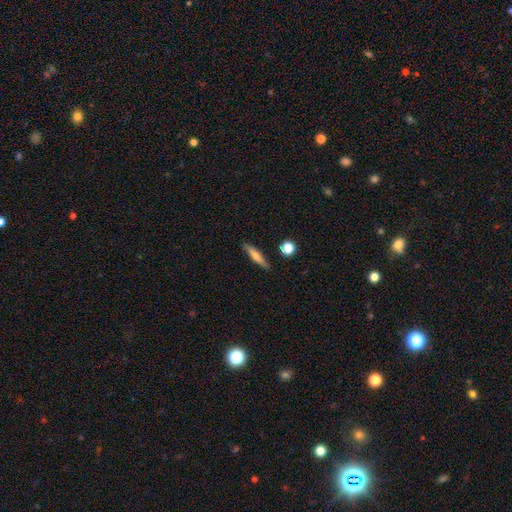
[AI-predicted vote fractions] smooth_or_featured: smooth (p=0.52) [alt: featured or disk p=0.41]
how_rounded: cigar-shaped (p=0.83) [alt: in between p=0.14]
merging: none (p=0.87) [alt: minor disturbance p=0.09]